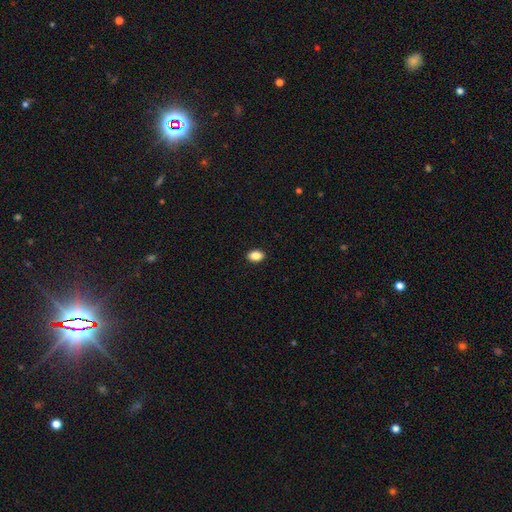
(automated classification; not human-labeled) The model was most divided on "how rounded": in between: 81%, round: 18%, cigar-shaped: 1%. More confident: merging — none (91%); smooth or featured — smooth (87%).